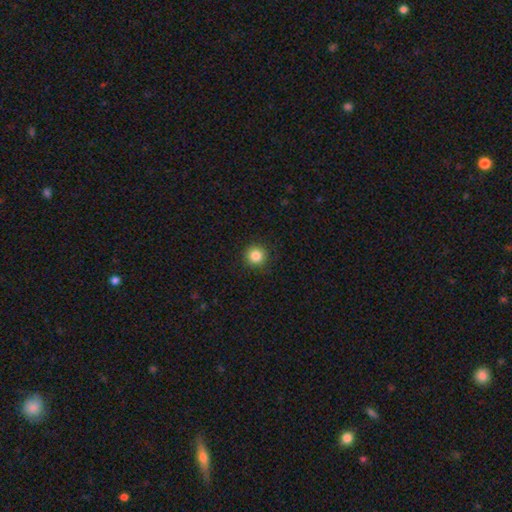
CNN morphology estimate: smooth_or_featured: smooth (p=0.85) [alt: star or artifact p=0.11]
how_rounded: round (p=0.95) [alt: in between p=0.04]
merging: none (p=0.91) [alt: minor disturbance p=0.06]